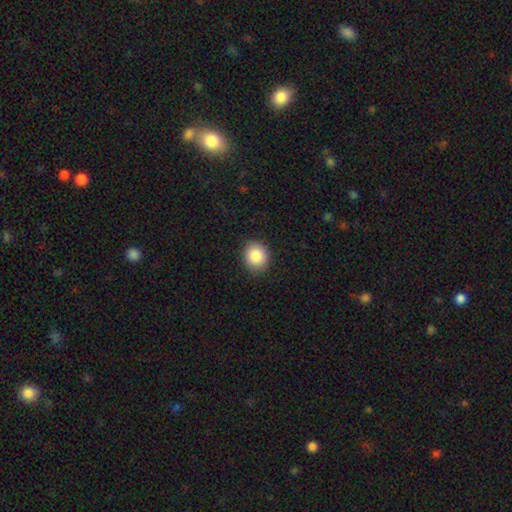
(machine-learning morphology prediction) smooth 88%, star or artifact 8%, featured or disk 4%. Down the decision tree: how rounded — round (71%); merging — none (89%).